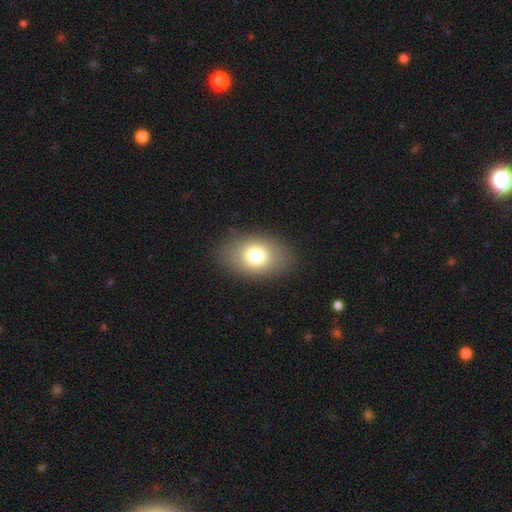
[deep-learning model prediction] Morphology: type=smooth (75%); roundness=in between (79%); merging=none (85%).